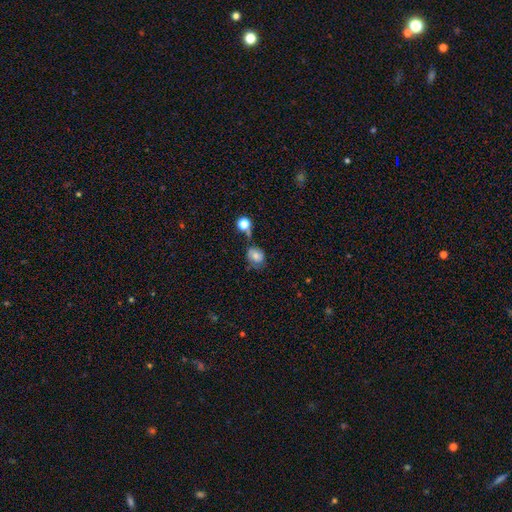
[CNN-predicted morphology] smooth 60%, featured or disk 28%, star or artifact 12%. Down the decision tree: how rounded — round (59%); merging — none (47%).